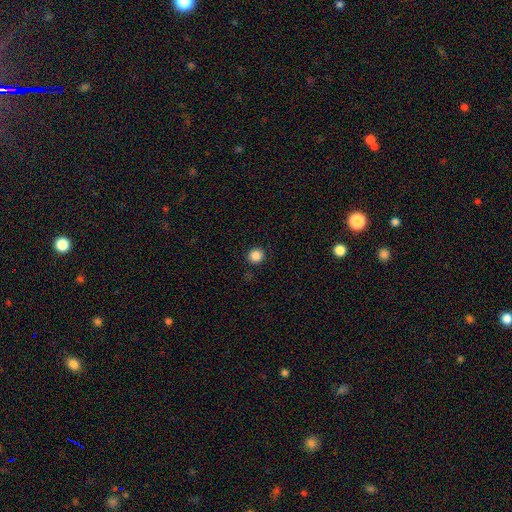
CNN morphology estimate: This is clearly a smooth galaxy (86%). How rounded: clearly round (92%). Merging: clearly none (91%).